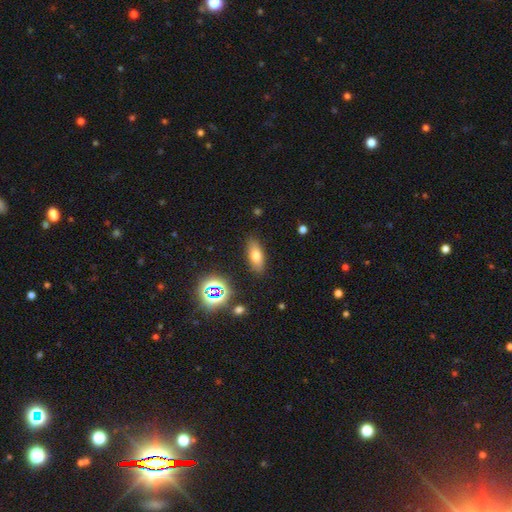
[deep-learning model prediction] Smooth or featured?
  - smooth: 67% *
  - featured or disk: 17%
  - star or artifact: 15%
How rounded?
  - in between: 74% *
  - cigar-shaped: 20%
  - round: 6%
Merging?
  - none: 86% *
  - minor disturbance: 9%
  - major disturbance: 3%
  - merger: 2%